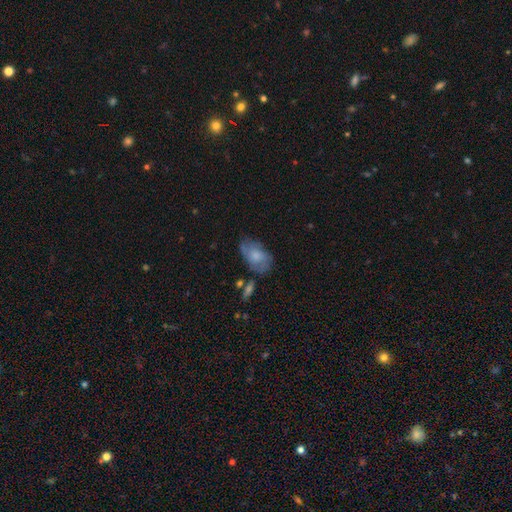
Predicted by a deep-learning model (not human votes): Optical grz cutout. It shows a smooth galaxy with no disk features (62%) that is in between round and cigar-shaped (90%). Merging: none (54%).